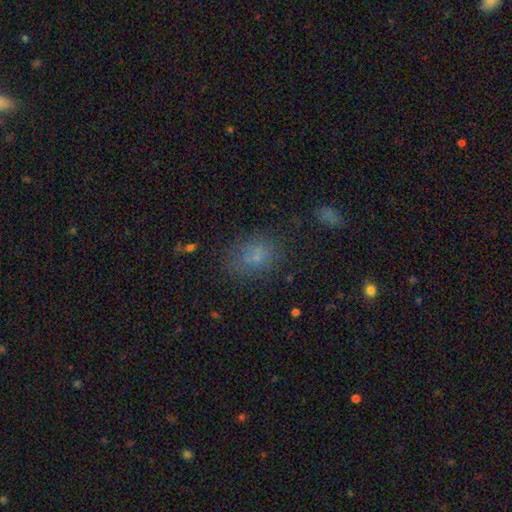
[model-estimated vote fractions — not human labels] Q: Smooth or featured?
A: smooth (70%); runner-up: star or artifact (18%)
Q: How rounded?
A: in between (66%); runner-up: round (33%)
Q: Merging?
A: none (67%); runner-up: minor disturbance (18%)